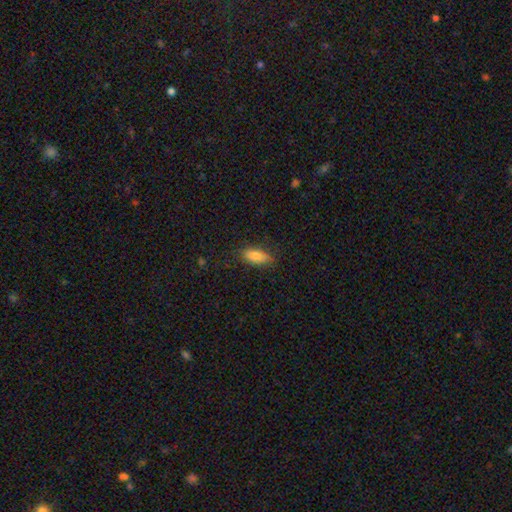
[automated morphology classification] This is clearly a smooth galaxy (84%). How rounded: likely in between (77%). Merging: clearly none (83%).